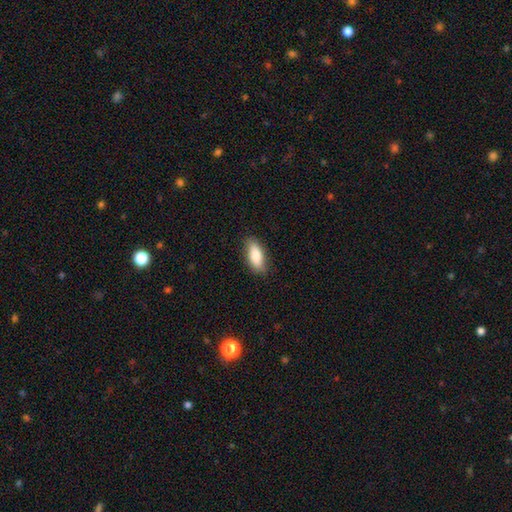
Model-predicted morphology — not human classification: The model was most divided on "how rounded": in between: 80%, cigar-shaped: 17%, round: 3%. More confident: merging — none (85%); smooth or featured — smooth (81%).